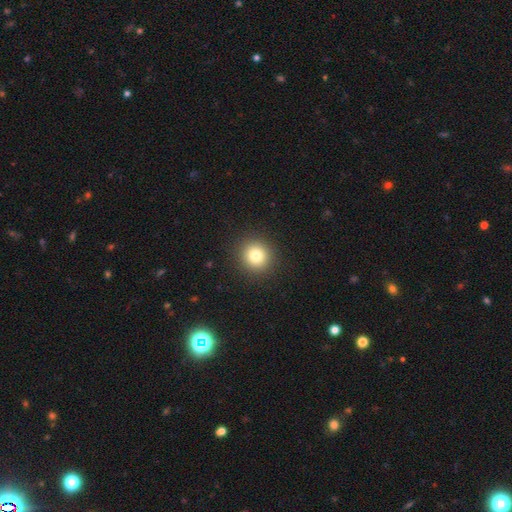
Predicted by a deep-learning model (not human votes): A smooth galaxy with no disk features (80%) that is round (92%). Merging: none (92%).